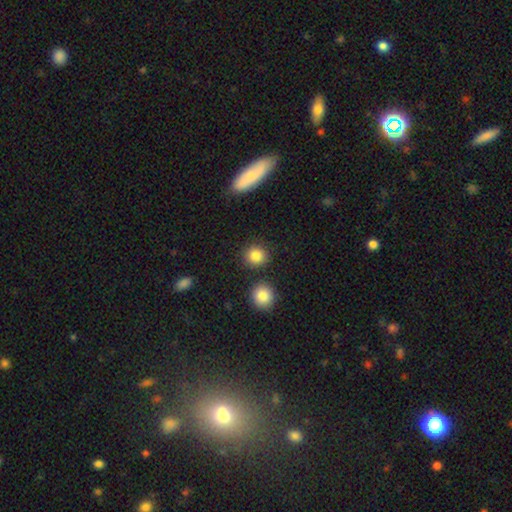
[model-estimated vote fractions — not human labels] Morphology: type=smooth (85%); roundness=round (88%); merging=none (85%).